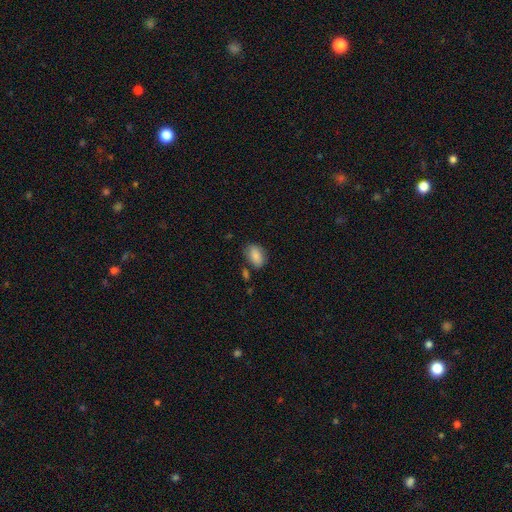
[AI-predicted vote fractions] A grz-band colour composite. It shows a smooth galaxy with no disk features (86%) that is in between round and cigar-shaped (88%). Merging: none (74%).